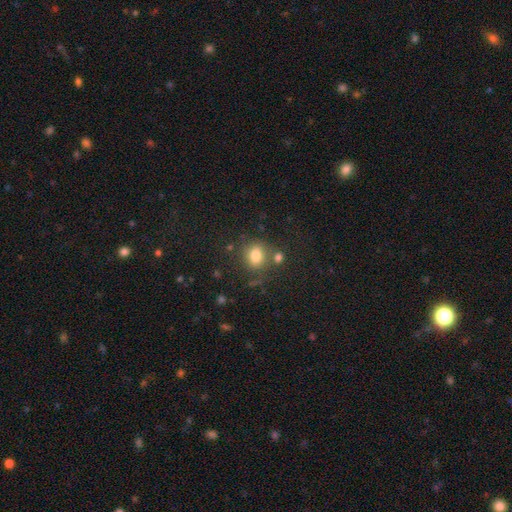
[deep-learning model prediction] Q: Smooth or featured?
A: smooth (79%); runner-up: star or artifact (13%)
Q: How rounded?
A: round (58%); runner-up: in between (41%)
Q: Merging?
A: none (69%); runner-up: merger (14%)